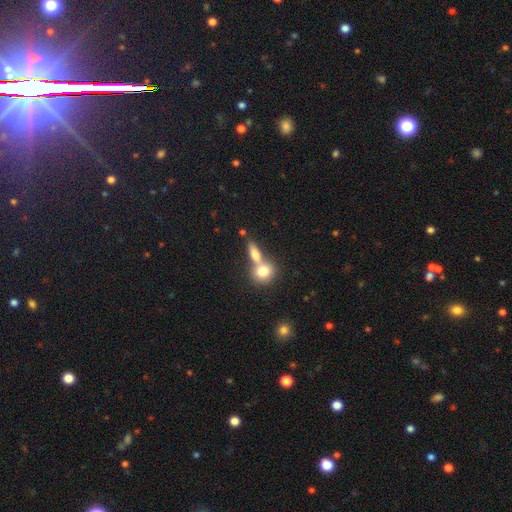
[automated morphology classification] smooth_or_featured: smooth (p=0.61) [alt: star or artifact p=0.23]
how_rounded: round (p=0.66) [alt: in between p=0.29]
merging: merger (p=0.45) [alt: none p=0.43]